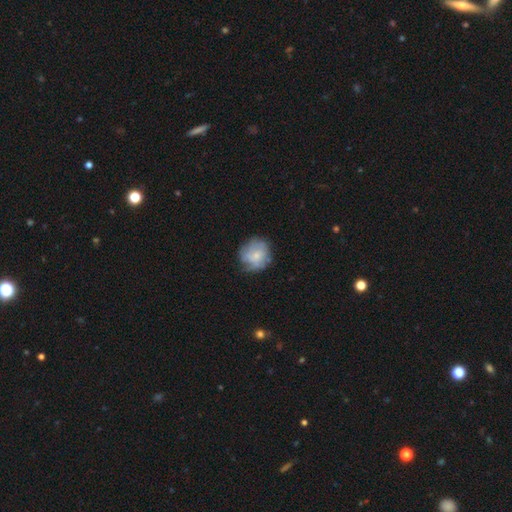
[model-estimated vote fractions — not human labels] This appears to be a smooth galaxy with no disk features (48%). Merging: none (63%).